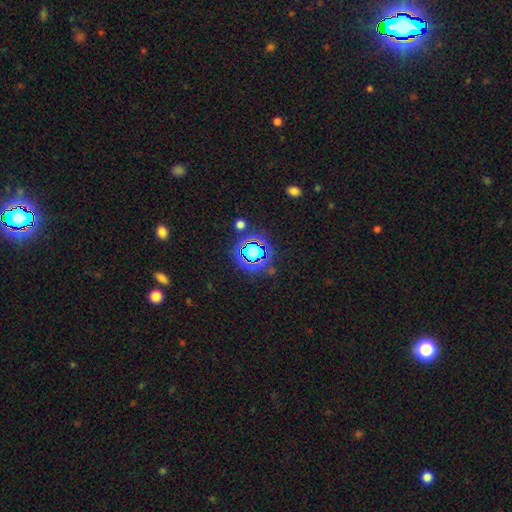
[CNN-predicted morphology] type=star or artifact (79%).